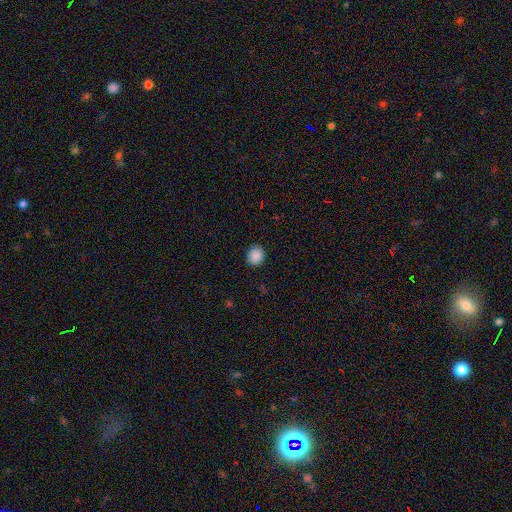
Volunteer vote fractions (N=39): A smooth galaxy with no disk features (97%) that is round (87%). Merging: none (92%).